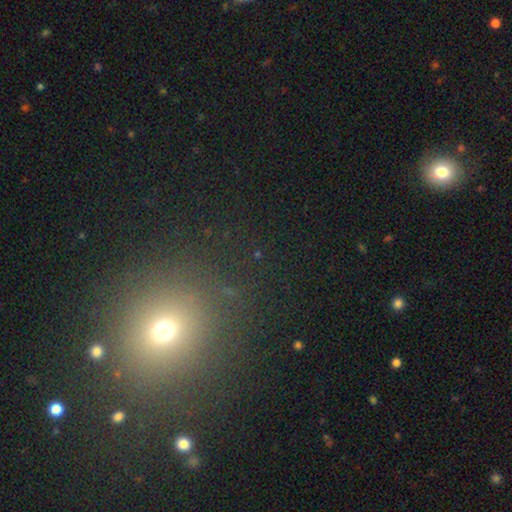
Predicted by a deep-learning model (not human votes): smooth 51%, star or artifact 41%, featured or disk 8%. Down the decision tree: how rounded — round (81%); merging — none (87%).